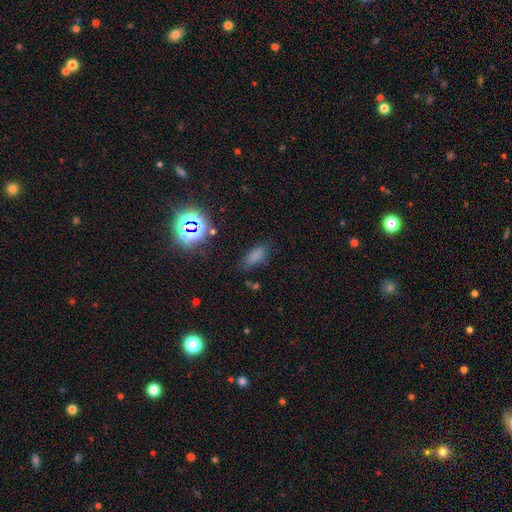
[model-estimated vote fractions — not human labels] smooth-or-featured: smooth: 73% | star or artifact: 19% | featured or disk: 7%
  how-rounded: in between: 82% | cigar-shaped: 13% | round: 5%
  merging: none: 73% | minor disturbance: 18% | major disturbance: 6% | merger: 3%